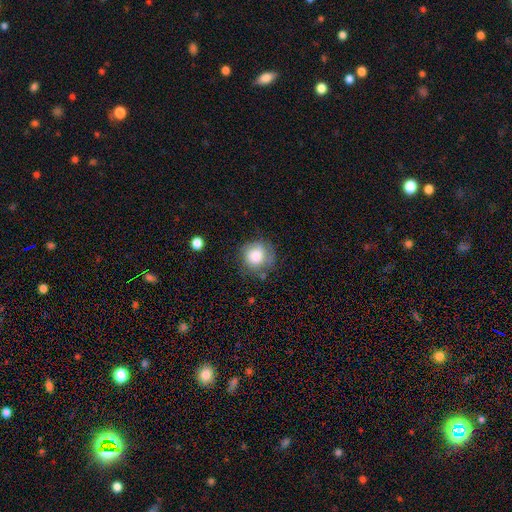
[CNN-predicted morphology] A smooth galaxy with no disk features (77%) that is round (88%). Merging: none (64%).